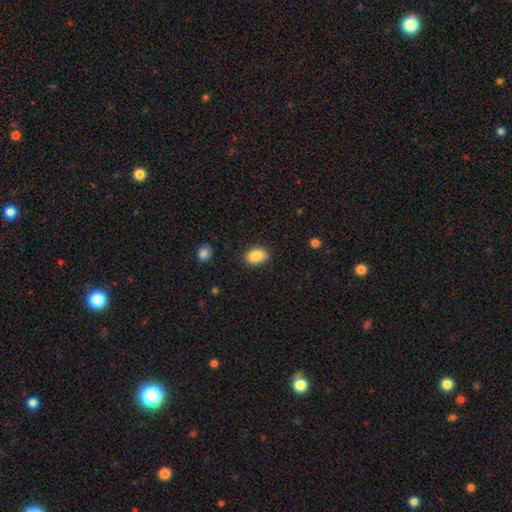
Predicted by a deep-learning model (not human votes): Smooth or featured? smooth (87%)
How rounded? in between (82%)
Merging? none (77%)